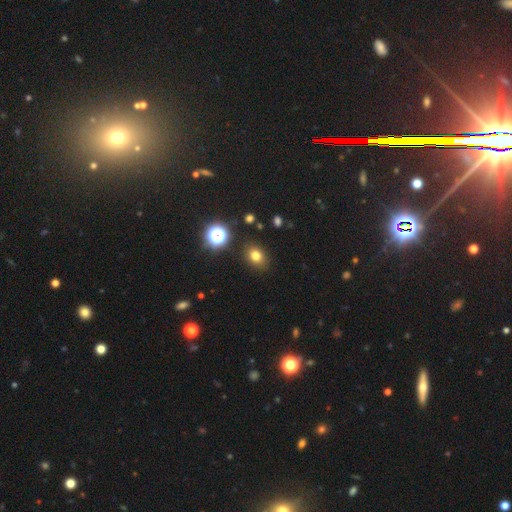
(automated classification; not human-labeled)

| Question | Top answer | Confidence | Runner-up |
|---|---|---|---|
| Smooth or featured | smooth | 76% | star or artifact (16%) |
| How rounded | in between | 56% | round (43%) |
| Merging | none | 86% | minor disturbance (9%) |